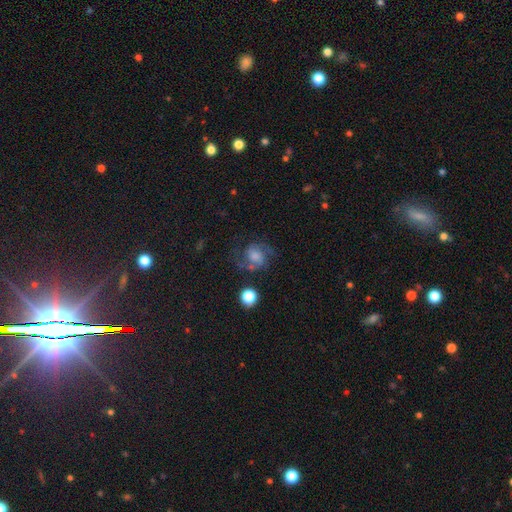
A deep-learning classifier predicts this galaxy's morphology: smooth_or_featured: featured or disk (p=0.66) [alt: smooth p=0.19]
disk_edge_on: no (p=0.98) [alt: yes p=0.02]
bar: no (p=0.54) [alt: weak p=0.38]
has_spiral_arms: yes (p=0.93) [alt: no p=0.07]
spiral_winding: medium (p=0.55) [alt: loose p=0.23]
spiral_arm_count: 2 (p=0.84) [alt: can't tell p=0.07]
bulge_size: moderate (p=0.39) [alt: small p=0.25]
merging: none (p=0.66) [alt: minor disturbance p=0.17]